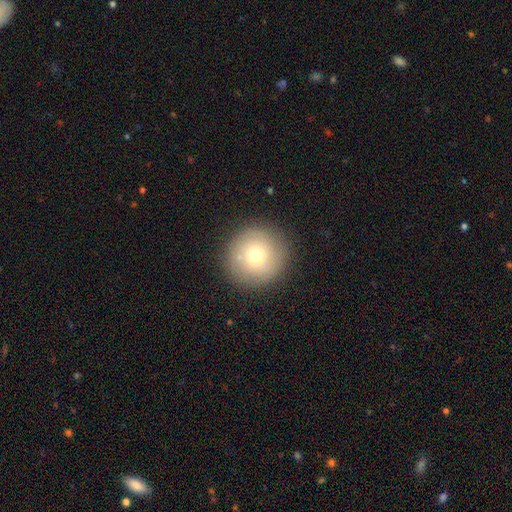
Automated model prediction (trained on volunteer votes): Smooth or featured: smooth — 70% (featured or disk — 19%)
How rounded: round — 95% (in between — 4%)
Merging: none — 85% (minor disturbance — 9%)